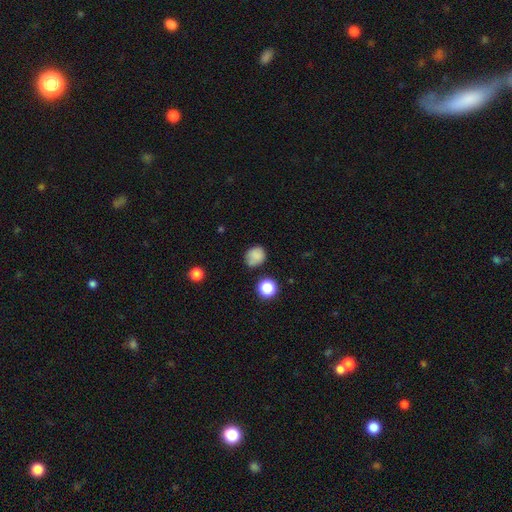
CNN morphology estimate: A smooth galaxy with no disk features (81%) that is round (68%). Merging: none (67%).